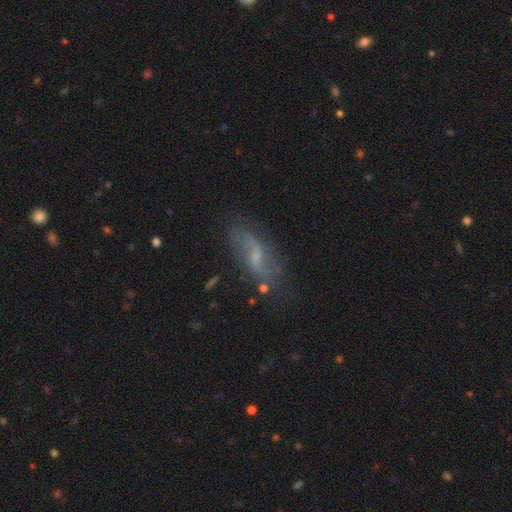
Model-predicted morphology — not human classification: Overall: featured or disk (68%). Edge-on disk: no (90%). Bar: weak (53%; no 33%). Spiral arms: yes (85%). Spiral arm count: 2 (82%). Spiral winding: loose (72%). Bulge size: small (54%; moderate 27%). Merging: none (70%).